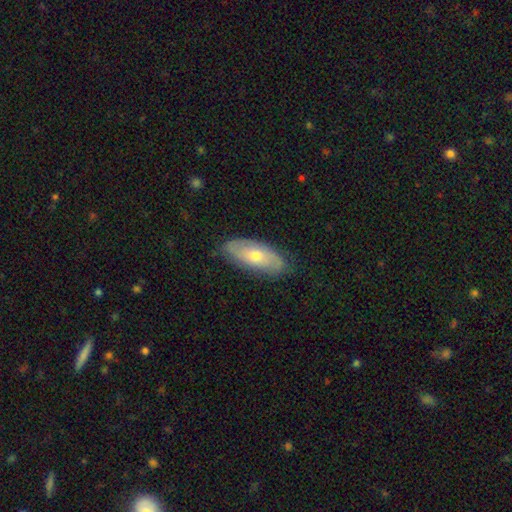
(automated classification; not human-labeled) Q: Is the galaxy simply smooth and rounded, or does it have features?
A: smooth — 52%.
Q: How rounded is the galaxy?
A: in between — 83%.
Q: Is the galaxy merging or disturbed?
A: none — 77%.